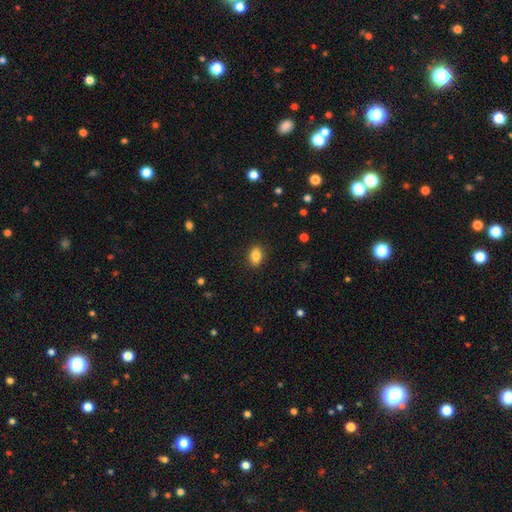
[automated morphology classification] A smooth galaxy with no disk features (86%) that is in between round and cigar-shaped (78%). Merging: none (88%).